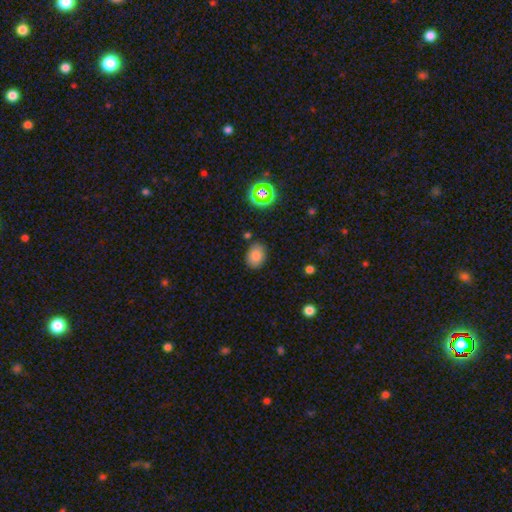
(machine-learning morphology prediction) A smooth galaxy with no disk features (81%) that is in between round and cigar-shaped (70%). Merging: none (80%).